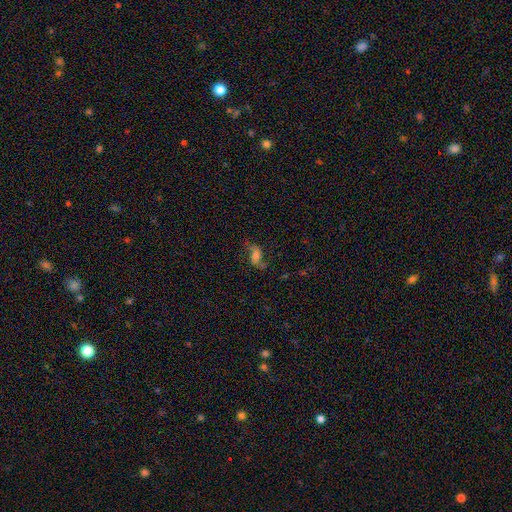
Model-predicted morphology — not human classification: Overall: featured or disk (56%; smooth 32%). Edge-on disk: no (93%). Bar: no (52%; weak 31%). Spiral arms: yes (84%). Bulge size: moderate (50%; small 30%). Merging: none (65%).